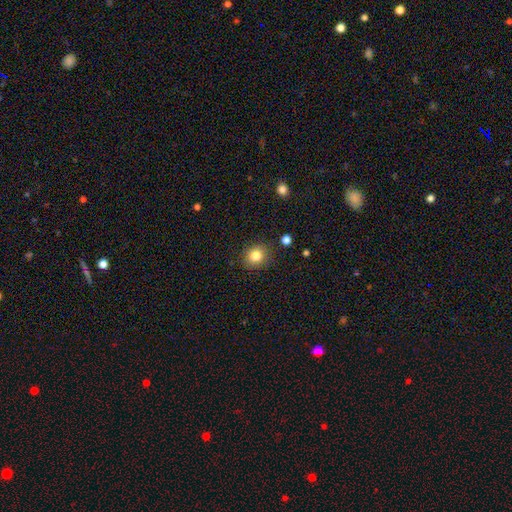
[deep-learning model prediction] Morphology: type=smooth (83%); roundness=round (73%); merging=none (86%).